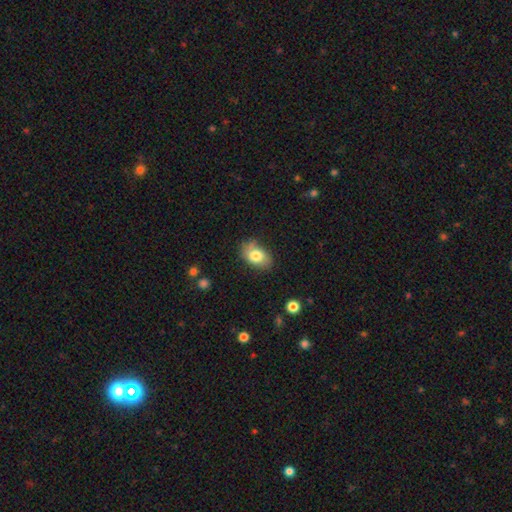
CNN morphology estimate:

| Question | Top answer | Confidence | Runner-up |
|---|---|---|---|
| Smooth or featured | smooth | 78% | featured or disk (14%) |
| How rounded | in between | 84% | round (15%) |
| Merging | none | 67% | minor disturbance (25%) |